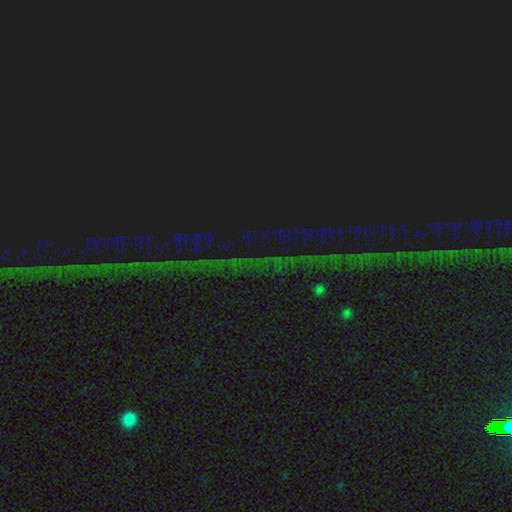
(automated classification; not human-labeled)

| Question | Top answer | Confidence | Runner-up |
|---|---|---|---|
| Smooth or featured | star or artifact | 85% | smooth (8%) |